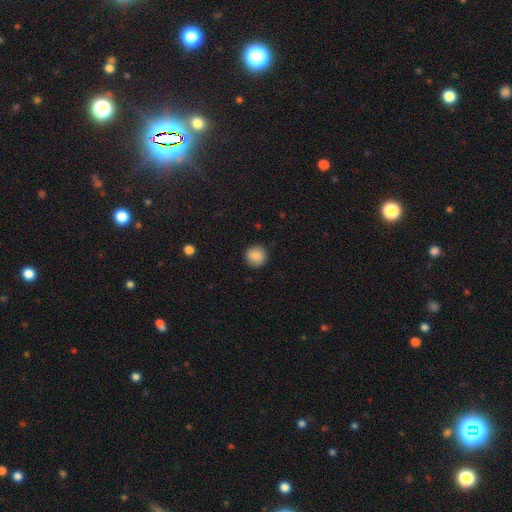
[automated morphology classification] type=smooth (87%); roundness=round (93%); merging=none (89%).